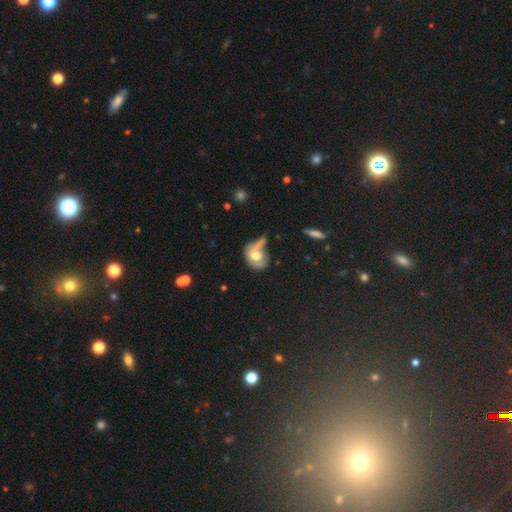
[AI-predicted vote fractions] smooth_or_featured: smooth (p=0.63) [alt: featured or disk p=0.27]
how_rounded: in between (p=0.58) [alt: round p=0.40]
merging: none (p=0.31) [alt: merger p=0.26]